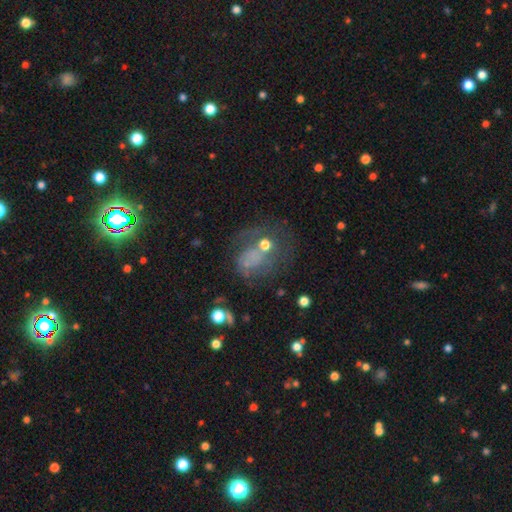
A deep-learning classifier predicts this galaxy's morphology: The model was most divided on "merging" (2-way tie): major disturbance: 35%, none: 35%, minor disturbance: 19%, merger: 10%; "smooth or featured" (2-way tie): smooth: 40%, featured or disk: 40%, star or artifact: 20%.